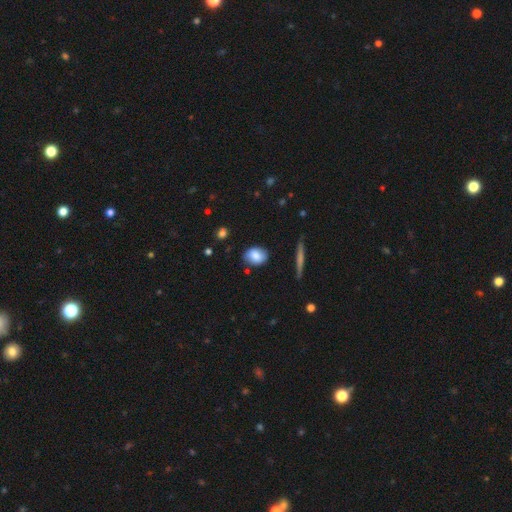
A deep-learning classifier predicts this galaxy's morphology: smooth-or-featured: smooth: 79% | featured or disk: 13% | star or artifact: 7%
  how-rounded: in between: 63% | round: 34% | cigar-shaped: 2%
  merging: none: 81% | minor disturbance: 14% | major disturbance: 3% | merger: 2%